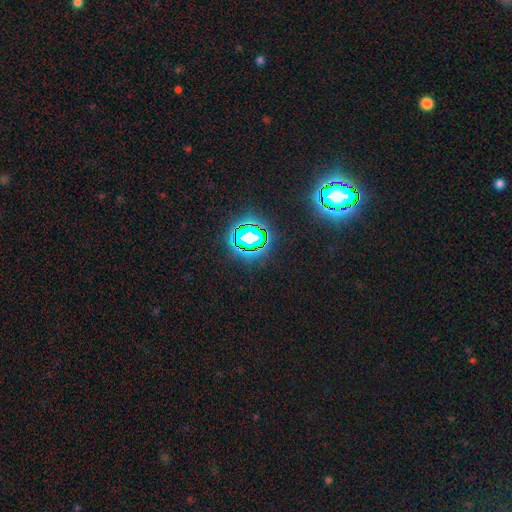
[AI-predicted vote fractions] smooth-or-featured: star or artifact: 80% | smooth: 13% | featured or disk: 6%